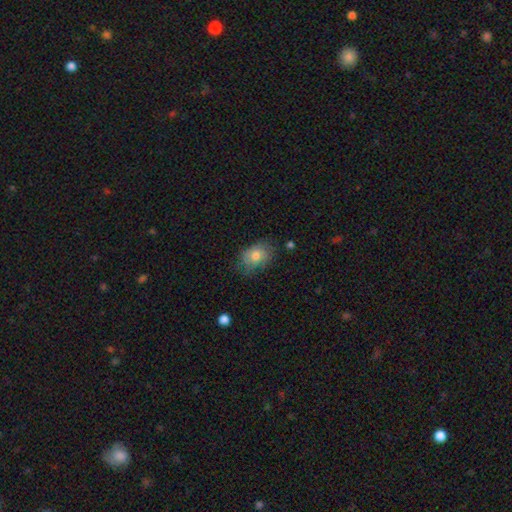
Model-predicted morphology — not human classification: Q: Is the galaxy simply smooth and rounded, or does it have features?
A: smooth — 73%.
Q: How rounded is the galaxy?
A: in between — 76%.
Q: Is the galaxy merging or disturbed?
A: none — 66%.